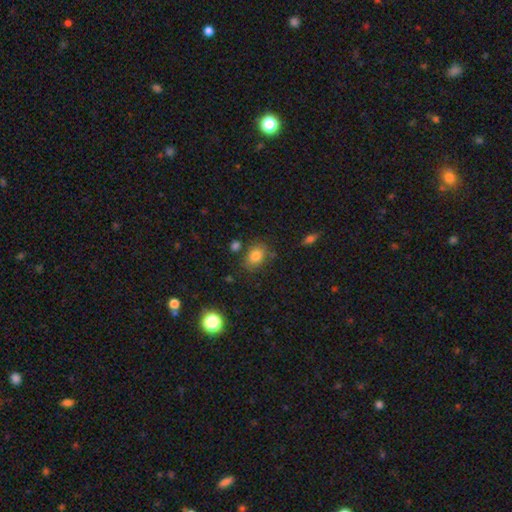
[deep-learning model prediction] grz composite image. It shows a smooth galaxy with no disk features (82%) that is in between round and cigar-shaped (64%). Merging: none (74%).